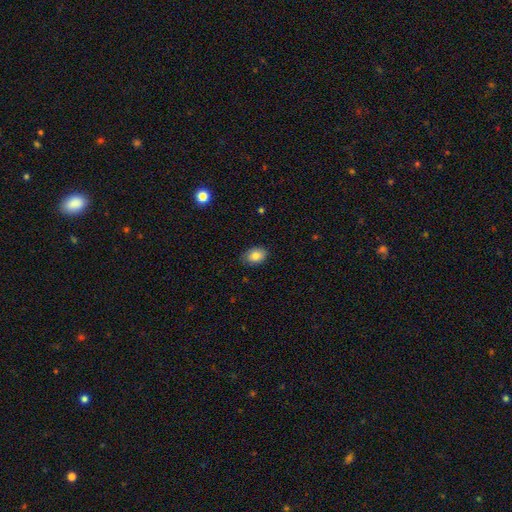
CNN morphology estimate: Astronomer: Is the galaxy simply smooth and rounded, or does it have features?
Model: smooth — 84%.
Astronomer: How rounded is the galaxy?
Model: in between — 80%.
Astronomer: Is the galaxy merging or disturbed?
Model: none — 81%.